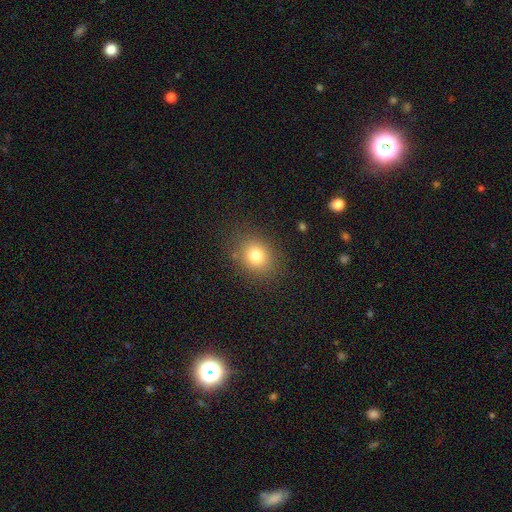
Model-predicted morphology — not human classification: Q: Smooth or featured?
A: smooth (78%); runner-up: star or artifact (13%)
Q: How rounded?
A: round (60%); runner-up: in between (39%)
Q: Merging?
A: none (84%); runner-up: minor disturbance (10%)